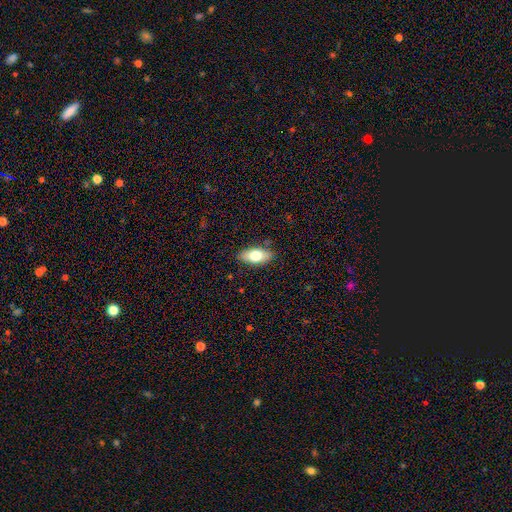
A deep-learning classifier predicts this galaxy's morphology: smooth_or_featured: smooth (p=0.72) [alt: featured or disk p=0.22]
how_rounded: in between (p=0.87) [alt: cigar-shaped p=0.09]
merging: none (p=0.85) [alt: minor disturbance p=0.11]